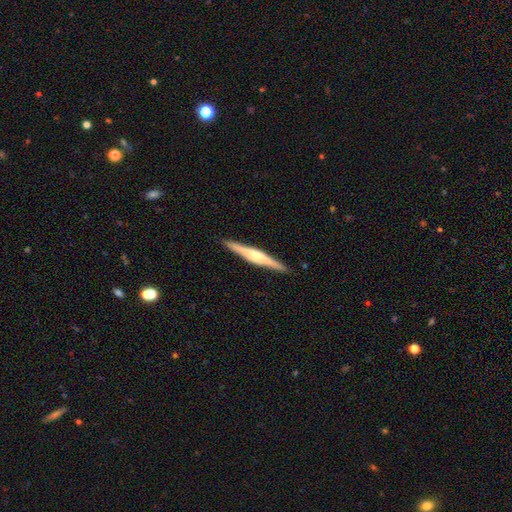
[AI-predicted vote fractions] featured or disk 74%, smooth 21%, star or artifact 5%. Down the decision tree: edge-on disk — yes (98%); edge-on bulge — rounded (76%); merging — none (91%).